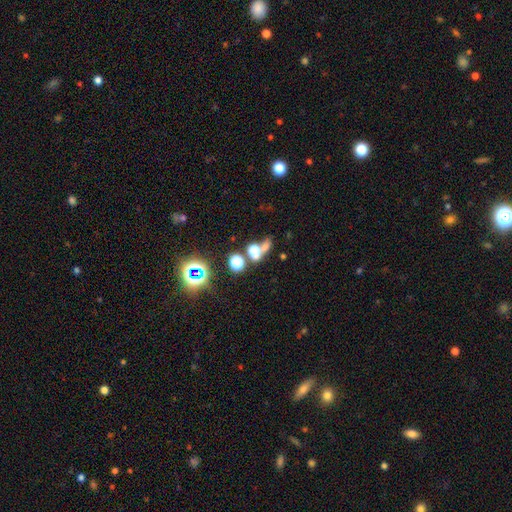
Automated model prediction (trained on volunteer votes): Smooth or featured: star or artifact — 48% (smooth — 37%)